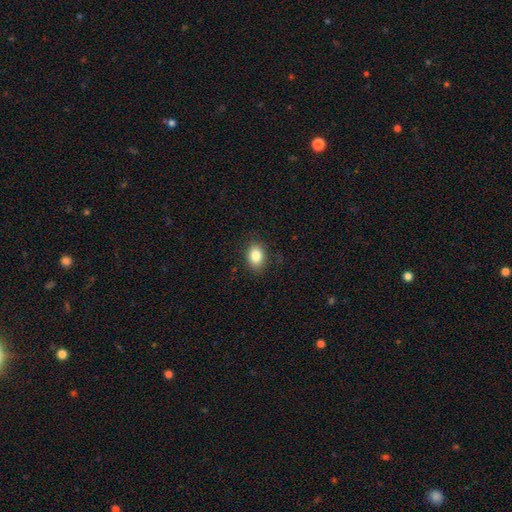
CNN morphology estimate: type=smooth (84%); roundness=in between (74%); merging=none (85%).